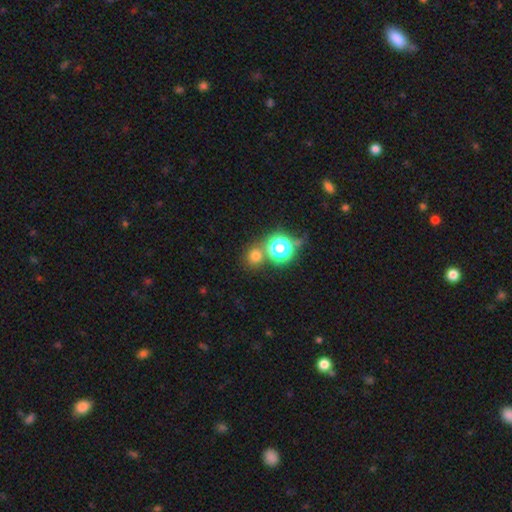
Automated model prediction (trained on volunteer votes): smooth 70%, star or artifact 24%, featured or disk 6%. Down the decision tree: how rounded — round (88%); merging — none (71%).